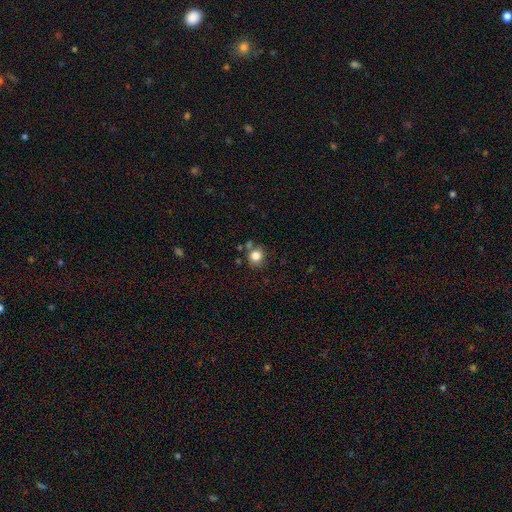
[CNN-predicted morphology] A smooth galaxy with no disk features (82%) that is round (88%).

Vote fractions:
- Smooth or featured? smooth: 82% / star or artifact: 11% / featured or disk: 7%
- How rounded? round: 88% / in between: 11% / cigar-shaped: 1%
- Merging? none: 74% / minor disturbance: 12% / merger: 11% / major disturbance: 4%